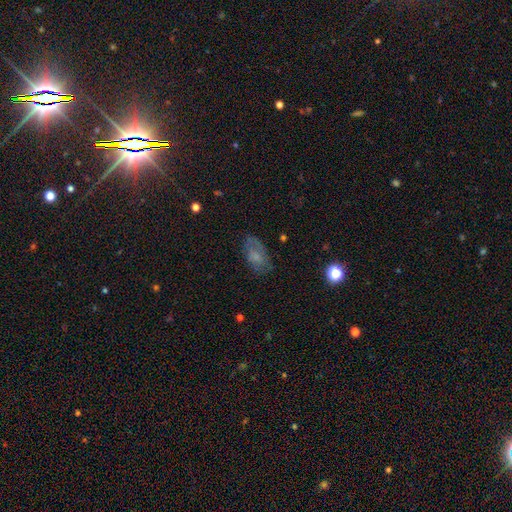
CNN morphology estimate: Q: Smooth or featured?
A: smooth (58%); runner-up: featured or disk (29%)
Q: How rounded?
A: in between (90%); runner-up: round (8%)
Q: Merging?
A: none (66%); runner-up: minor disturbance (22%)